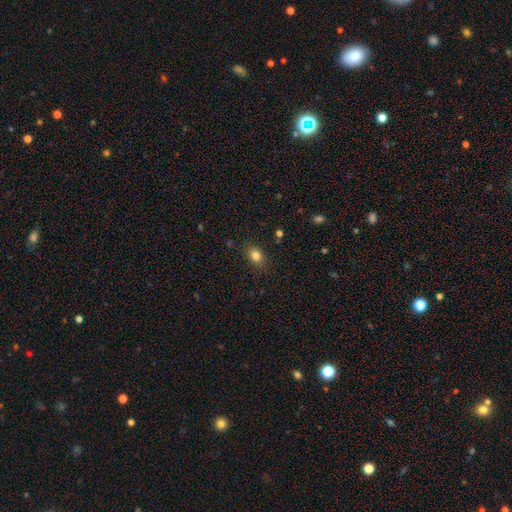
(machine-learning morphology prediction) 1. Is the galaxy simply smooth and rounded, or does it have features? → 81% smooth, 12% star or artifact, 8% featured or disk.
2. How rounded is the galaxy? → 63% in between, 35% round, 1% cigar-shaped.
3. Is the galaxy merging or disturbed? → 85% none, 11% minor disturbance, 3% major disturbance, 1% merger.